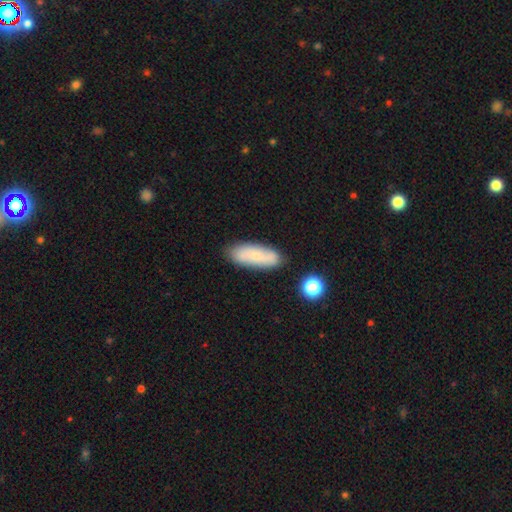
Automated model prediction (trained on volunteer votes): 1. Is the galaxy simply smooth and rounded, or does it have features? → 67% smooth, 25% featured or disk, 8% star or artifact.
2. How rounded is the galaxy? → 60% in between, 38% cigar-shaped, 2% round.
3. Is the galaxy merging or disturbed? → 80% none, 13% minor disturbance, 4% merger, 3% major disturbance.